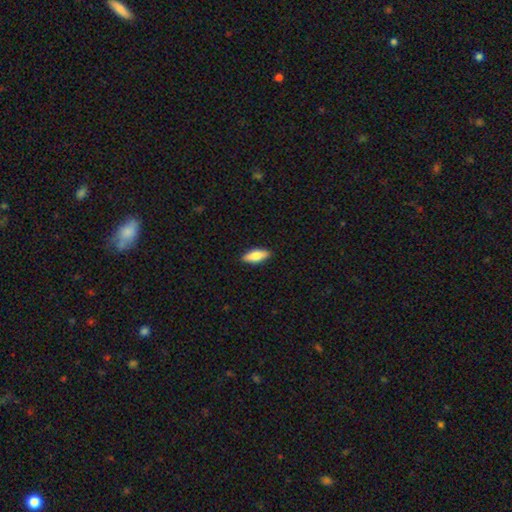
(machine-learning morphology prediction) A smooth galaxy with no disk features (72%) that is in between round and cigar-shaped (68%). Merging: none (89%).